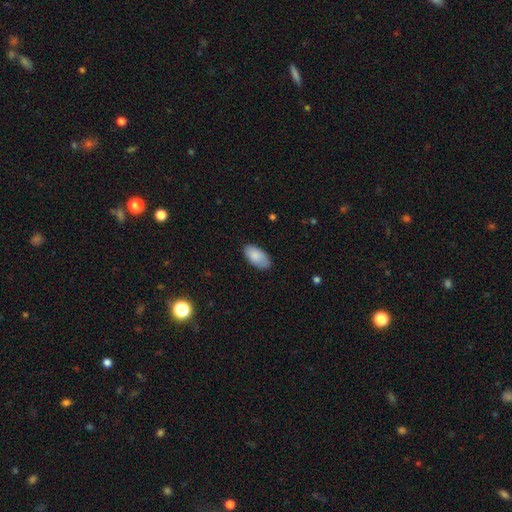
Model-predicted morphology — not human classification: Smooth or featured? smooth (86%)
How rounded? in between (95%)
Merging? none (80%)